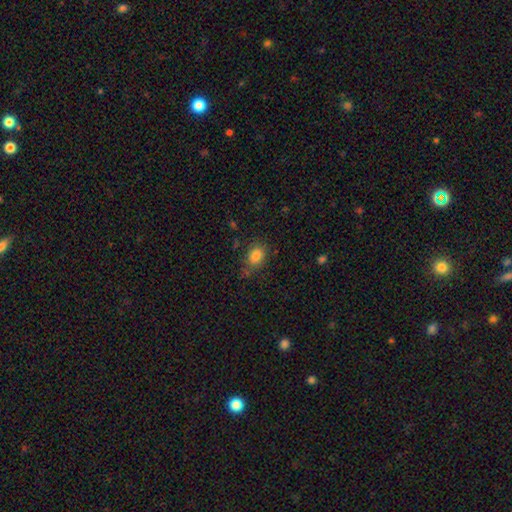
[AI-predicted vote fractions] Morphology: type=smooth (83%); roundness=in between (63%); merging=none (73%).